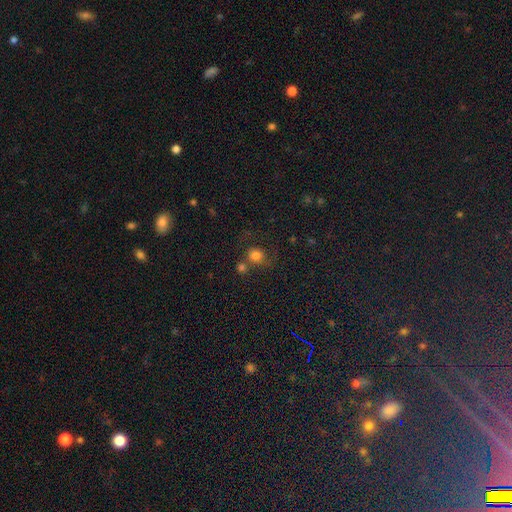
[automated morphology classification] Smooth or featured: smooth — 76% (star or artifact — 13%)
How rounded: round — 79% (in between — 20%)
Merging: none — 51% (merger — 28%)